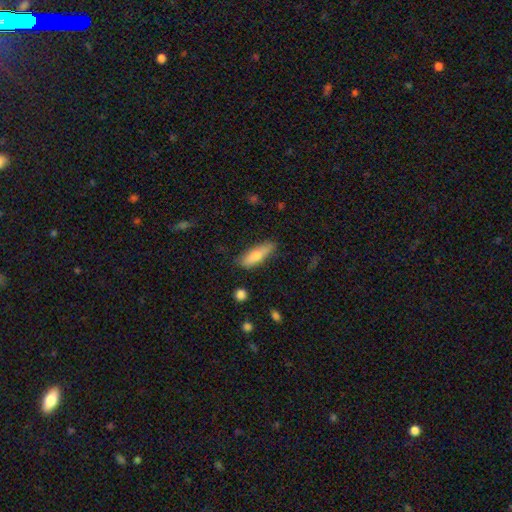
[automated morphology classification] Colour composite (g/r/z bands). It shows a smooth galaxy with no disk features (76%) that is cigar-shaped (57%). Merging: none (76%).